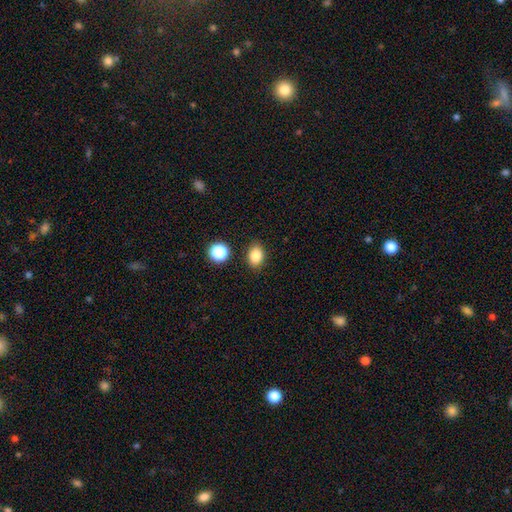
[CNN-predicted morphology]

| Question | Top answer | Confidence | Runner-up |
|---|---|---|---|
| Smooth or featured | smooth | 84% | star or artifact (10%) |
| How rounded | in between | 69% | round (30%) |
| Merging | none | 86% | minor disturbance (9%) |